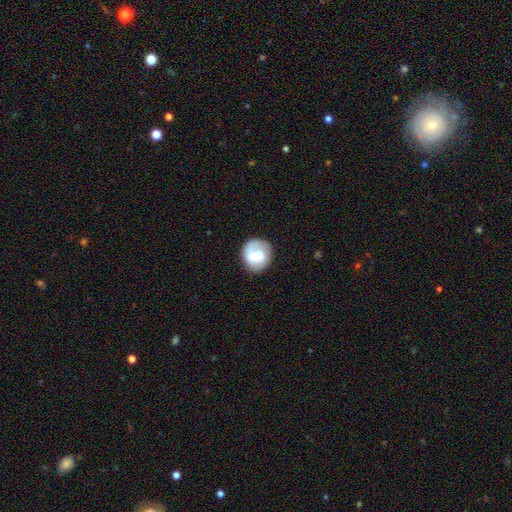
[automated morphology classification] A smooth galaxy with no disk features (58%) that is round (82%). Merging: none (70%).